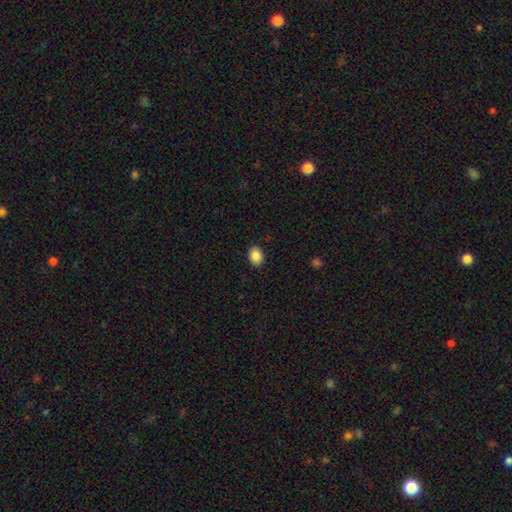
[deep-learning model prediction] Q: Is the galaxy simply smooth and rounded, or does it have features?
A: smooth — 87%.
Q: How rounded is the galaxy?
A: in between — 74%.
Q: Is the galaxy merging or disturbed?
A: none — 90%.